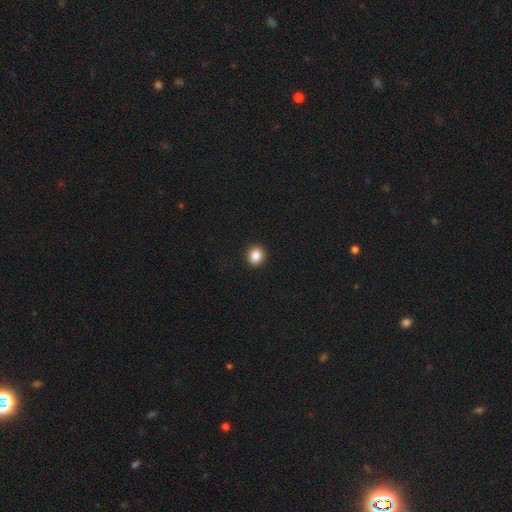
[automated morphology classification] Smooth or featured?
  - smooth: 86% *
  - star or artifact: 10%
  - featured or disk: 4%
How rounded?
  - round: 70% *
  - in between: 29%
  - cigar-shaped: 1%
Merging?
  - none: 92% *
  - minor disturbance: 5%
  - major disturbance: 2%
  - merger: 1%